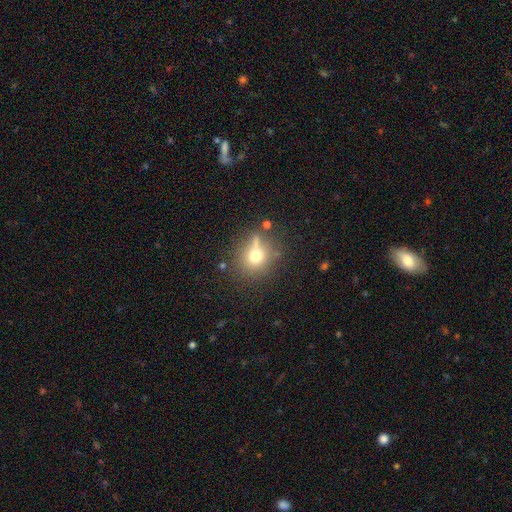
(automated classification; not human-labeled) Smooth or featured: smooth — 65% (featured or disk — 19%)
How rounded: round — 83% (in between — 15%)
Merging: none — 65% (minor disturbance — 16%)